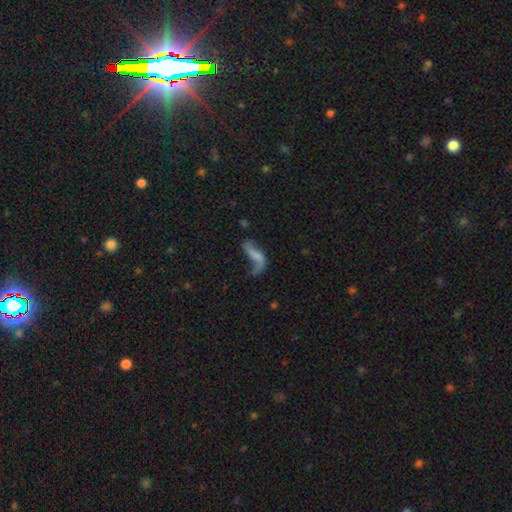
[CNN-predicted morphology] The model was most divided on "merging": major disturbance: 37%, none: 34%, minor disturbance: 21%, merger: 8%. More confident: edge-on disk — no (91%); spiral arms — yes (74%); bulge size — none (61%); smooth or featured — featured or disk (55%); bar — no (52%).